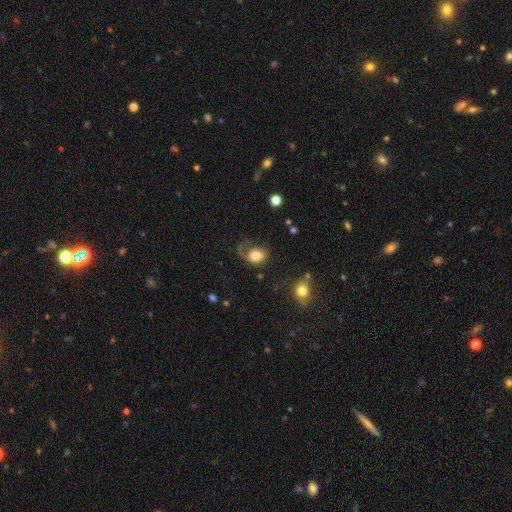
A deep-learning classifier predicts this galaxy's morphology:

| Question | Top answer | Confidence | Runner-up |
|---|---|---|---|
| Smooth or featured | smooth | 70% | featured or disk (21%) |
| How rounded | in between | 61% | round (38%) |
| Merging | major disturbance | 37% | tied: none (37%) |